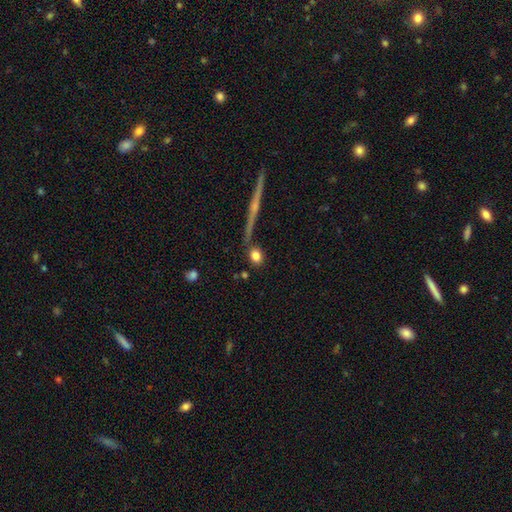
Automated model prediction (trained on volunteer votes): The model was most divided on "how rounded": round: 48%, in between: 47%, cigar-shaped: 5%. More confident: smooth or featured — smooth (80%); merging — none (77%).